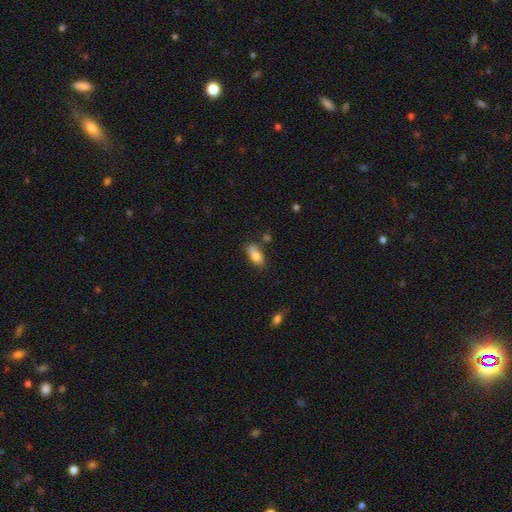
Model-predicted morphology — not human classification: This is likely a smooth galaxy (76%). How rounded: clearly in between (84%). Merging: possibly none (60%).